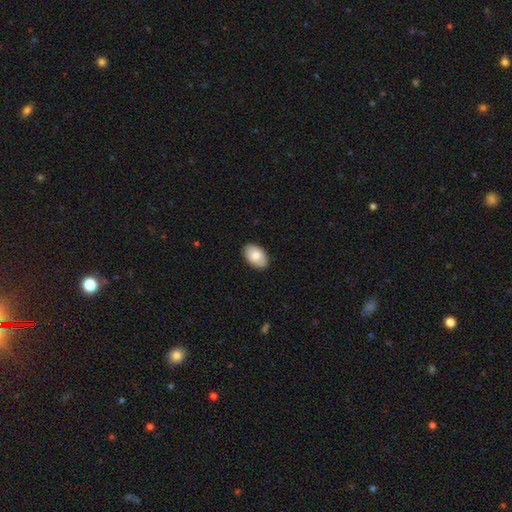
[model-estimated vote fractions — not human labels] Smooth or featured? smooth (80%)
How rounded? in between (92%)
Merging? none (87%)